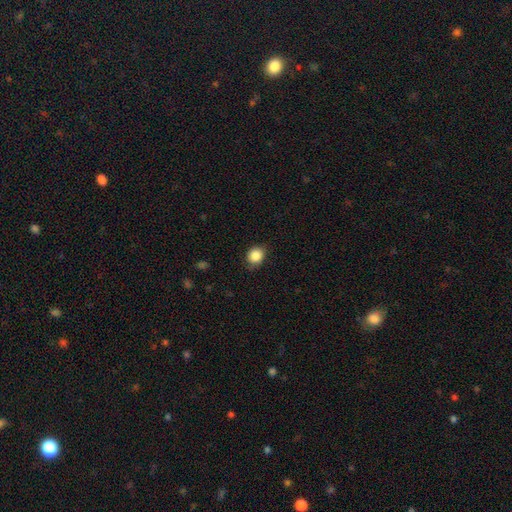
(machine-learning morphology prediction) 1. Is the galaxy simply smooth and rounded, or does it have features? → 86% smooth, 9% star or artifact, 5% featured or disk.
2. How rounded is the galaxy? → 71% round, 28% in between, 1% cigar-shaped.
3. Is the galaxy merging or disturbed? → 79% none, 17% minor disturbance, 3% major disturbance, 1% merger.